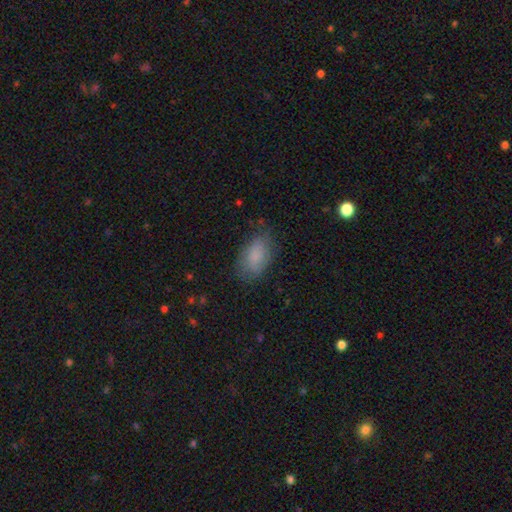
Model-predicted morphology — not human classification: Q: Smooth or featured?
A: smooth (82%); runner-up: featured or disk (11%)
Q: How rounded?
A: in between (91%); runner-up: round (6%)
Q: Merging?
A: none (74%); runner-up: minor disturbance (19%)